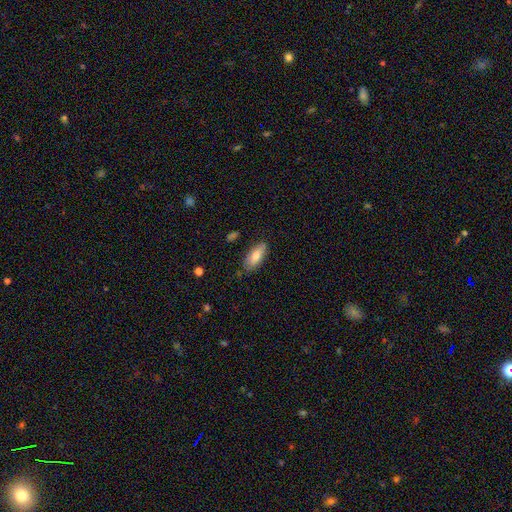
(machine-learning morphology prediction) This appears to be a smooth galaxy with no disk features (78%) that is in between round and cigar-shaped (82%). Merging: none (81%).